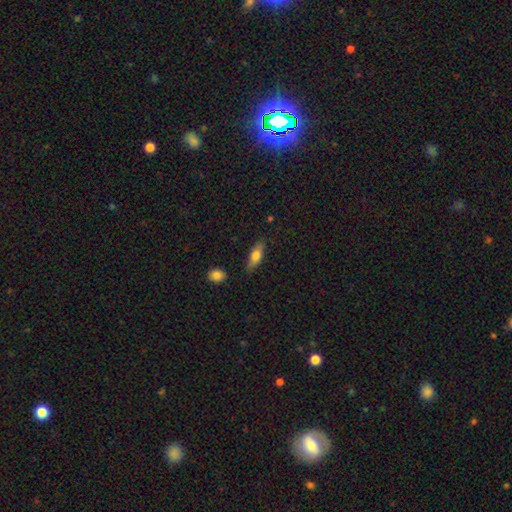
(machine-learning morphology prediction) A smooth galaxy with no disk features (69%) that is in between round and cigar-shaped (60%). Merging: none (82%).